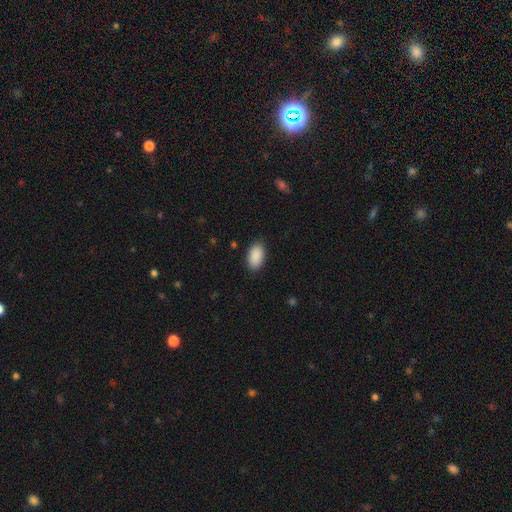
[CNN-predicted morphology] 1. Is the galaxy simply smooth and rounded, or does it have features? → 91% smooth, 6% star or artifact, 3% featured or disk.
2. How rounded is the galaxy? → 94% in between, 4% round, 2% cigar-shaped.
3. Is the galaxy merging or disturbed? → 88% none, 9% minor disturbance, 2% major disturbance, 1% merger.